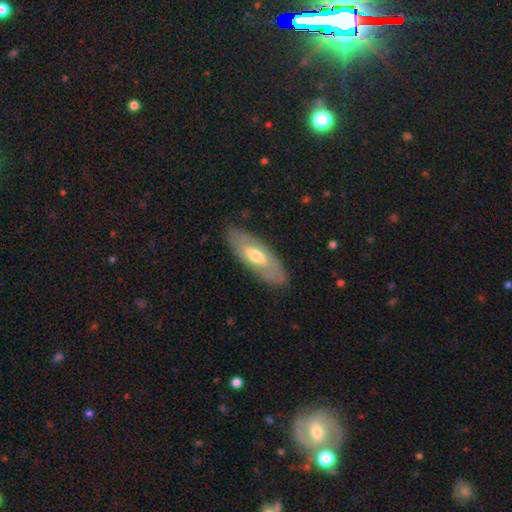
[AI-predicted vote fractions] featured or disk 51%, smooth 44%, star or artifact 5%. Down the decision tree: edge-on disk — no (73%); merging — none (84%).